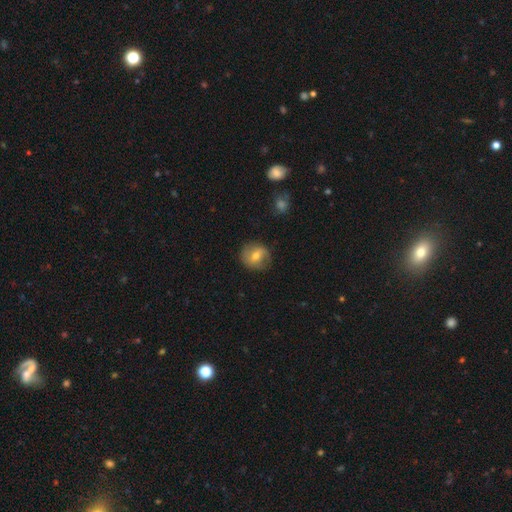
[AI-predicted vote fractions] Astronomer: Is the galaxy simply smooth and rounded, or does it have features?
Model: smooth — 61%.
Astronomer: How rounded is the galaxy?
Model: round — 79%.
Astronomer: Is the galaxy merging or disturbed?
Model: none — 77%.